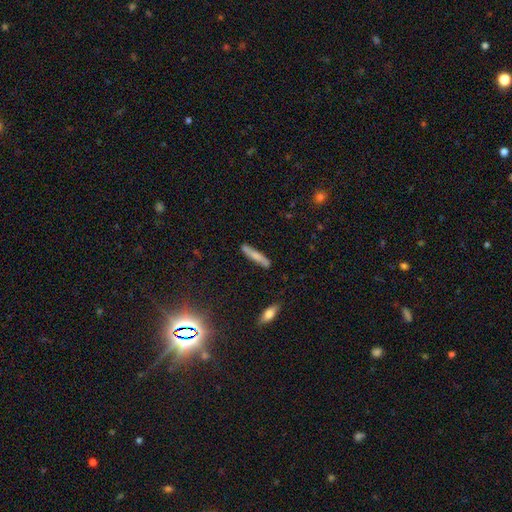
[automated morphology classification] The model was most divided on "smooth or featured": smooth: 67%, featured or disk: 26%, star or artifact: 7%. More confident: how rounded — cigar-shaped (89%); merging — none (82%).